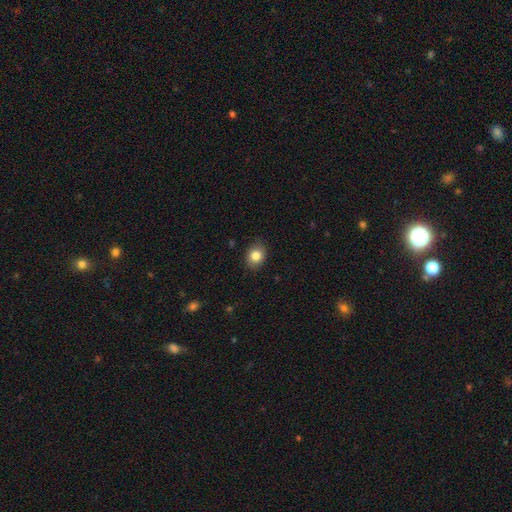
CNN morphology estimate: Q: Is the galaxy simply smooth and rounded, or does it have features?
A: smooth — 83%.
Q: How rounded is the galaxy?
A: round — 50%.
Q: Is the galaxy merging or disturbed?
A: none — 86%.